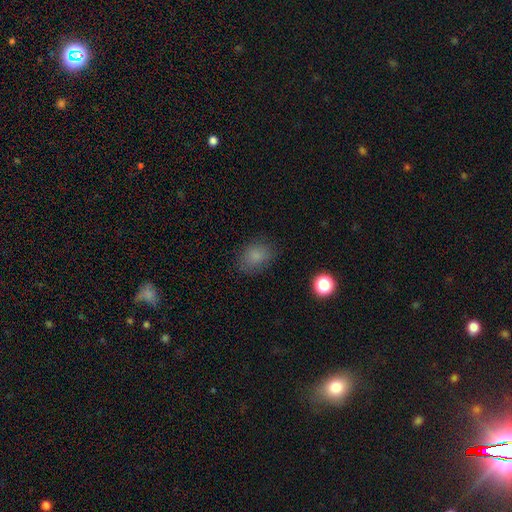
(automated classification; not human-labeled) This is clearly a smooth galaxy (82%). How rounded: likely in between (60%). Merging: likely none (80%).